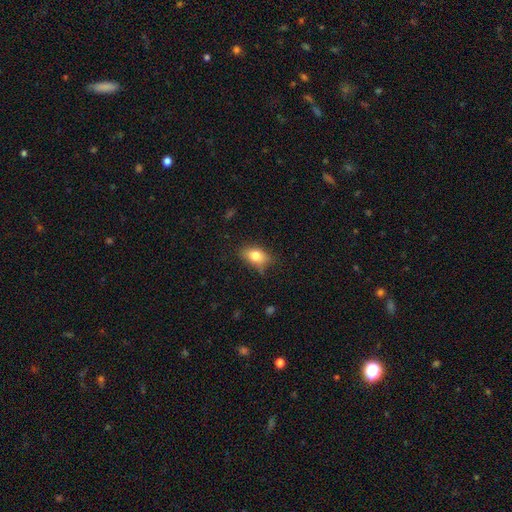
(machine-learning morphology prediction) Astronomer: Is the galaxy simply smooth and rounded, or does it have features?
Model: smooth — 78%.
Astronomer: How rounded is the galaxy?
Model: in between — 84%.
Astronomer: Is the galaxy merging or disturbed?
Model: none — 70%.